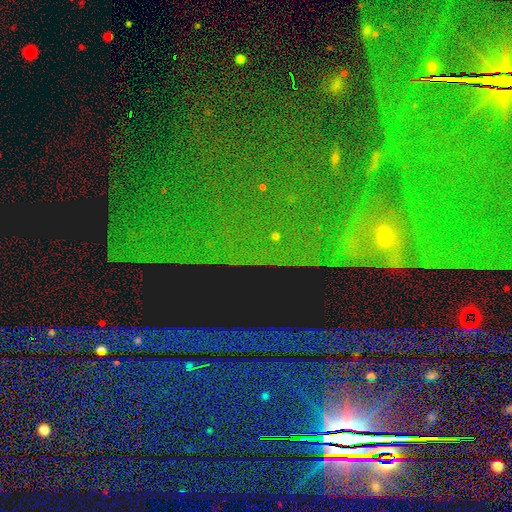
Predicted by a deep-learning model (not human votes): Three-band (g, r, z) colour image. It shows a star or artifact, not a galaxy (83%).